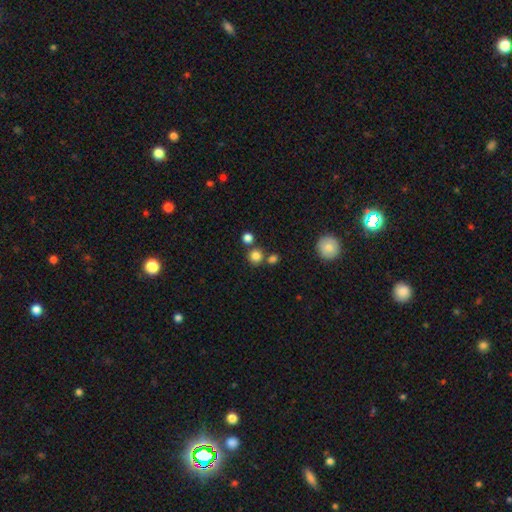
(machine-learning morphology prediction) Smooth or featured? smooth (80%)
How rounded? round (90%)
Merging? none (70%)